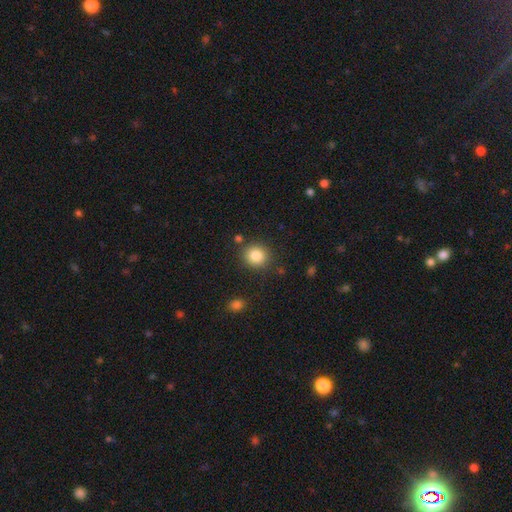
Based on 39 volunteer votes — Smooth or featured: smooth — 90% (featured or disk — 5%)
How rounded: round — 91% (in between — 9%)
Merging: none — 92% (merger — 5%)